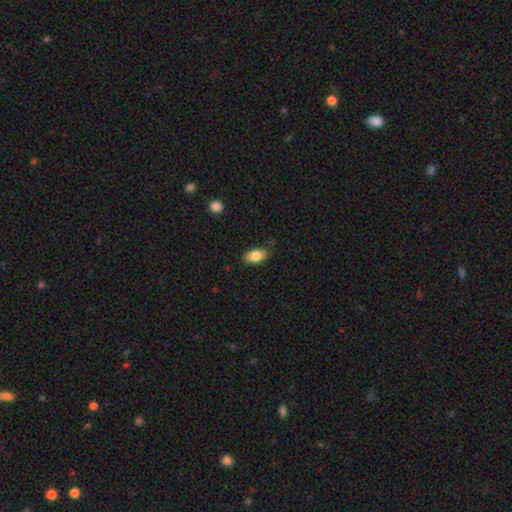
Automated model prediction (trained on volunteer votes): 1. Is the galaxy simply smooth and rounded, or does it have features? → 83% smooth, 10% featured or disk, 7% star or artifact.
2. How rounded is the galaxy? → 91% in between, 5% cigar-shaped, 4% round.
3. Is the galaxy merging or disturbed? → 82% none, 14% minor disturbance, 3% major disturbance, 1% merger.